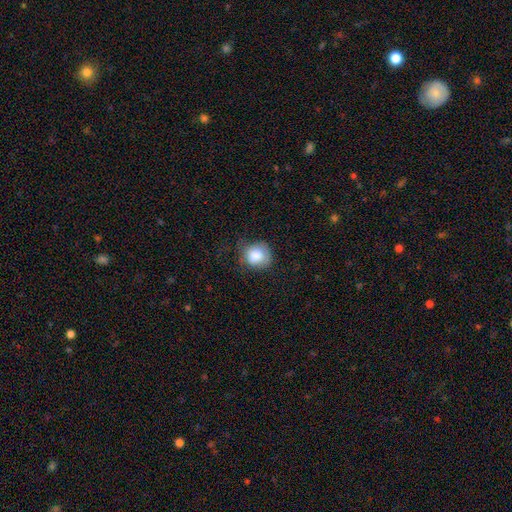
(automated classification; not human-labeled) A smooth galaxy with no disk features (80%) that is round (84%).

Vote fractions:
- Smooth or featured? smooth: 80% / featured or disk: 11% / star or artifact: 9%
- How rounded? round: 84% / in between: 15% / cigar-shaped: 1%
- Merging? none: 59% / minor disturbance: 27% / major disturbance: 12% / merger: 1%